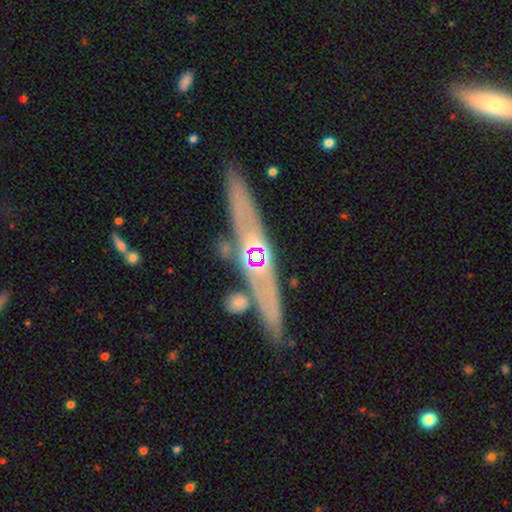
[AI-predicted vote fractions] Smooth or featured: featured or disk — 44% (smooth — 29%)
Merging: none — 78% (minor disturbance — 11%)